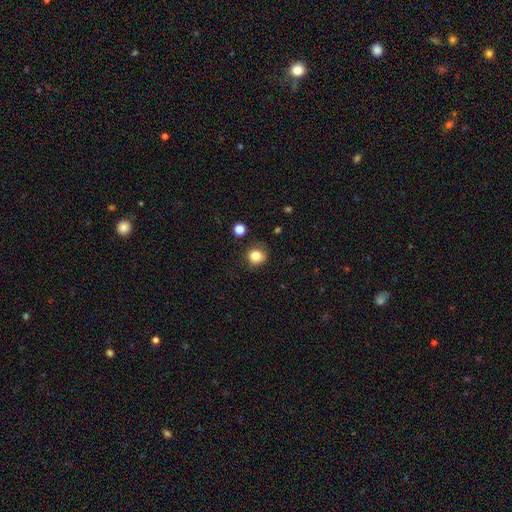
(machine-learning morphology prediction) A smooth galaxy with no disk features (82%) that is round (84%). Merging: none (83%).